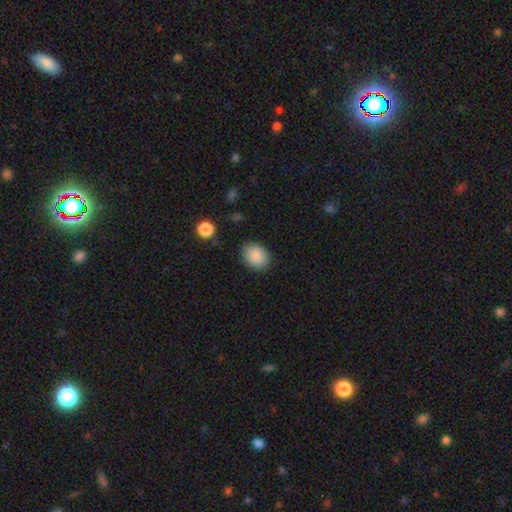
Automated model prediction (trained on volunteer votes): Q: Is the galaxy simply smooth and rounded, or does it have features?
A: smooth — 89%.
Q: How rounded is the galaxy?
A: in between — 63%.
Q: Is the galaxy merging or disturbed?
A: none — 85%.